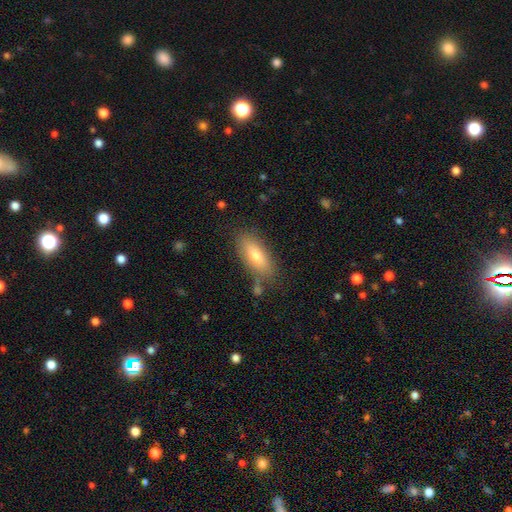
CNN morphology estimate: Smooth or featured? smooth (75%)
How rounded? in between (79%)
Merging? none (79%)